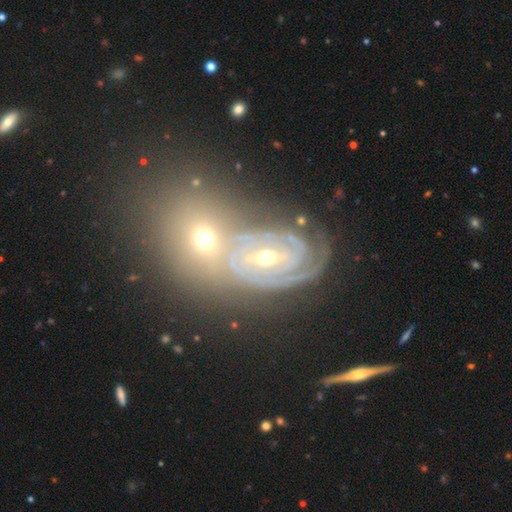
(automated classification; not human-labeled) A featured or disk galaxy (77%) with no bar (65%), 2 (33%) tight (79%) spiral arms (93%) and a small central bulge (55%). Merging: none (43%).